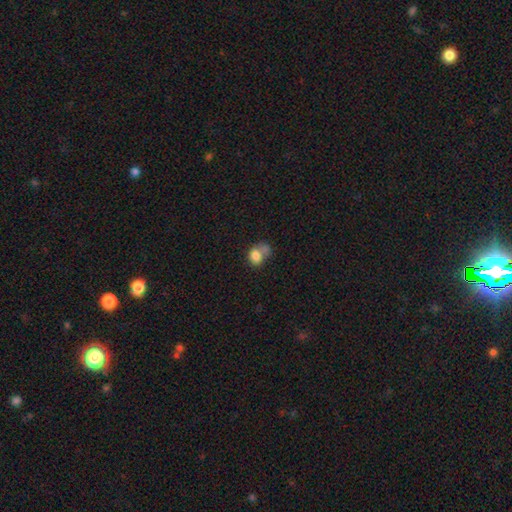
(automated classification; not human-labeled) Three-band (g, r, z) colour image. It shows a smooth galaxy with no disk features (77%) that is in between round and cigar-shaped (56%). Merging: merger (41%).